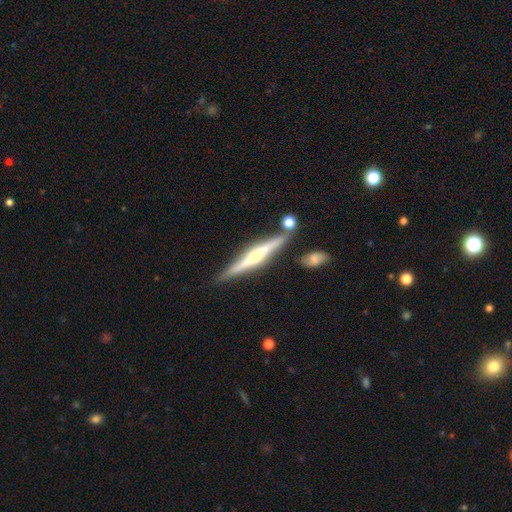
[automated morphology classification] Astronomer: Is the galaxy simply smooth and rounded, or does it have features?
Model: featured or disk — 69%.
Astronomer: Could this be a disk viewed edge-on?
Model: yes — 97%.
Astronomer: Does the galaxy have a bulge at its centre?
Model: rounded — 50% (runner-up: boxy, 30%).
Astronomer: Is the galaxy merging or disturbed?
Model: none — 79%.